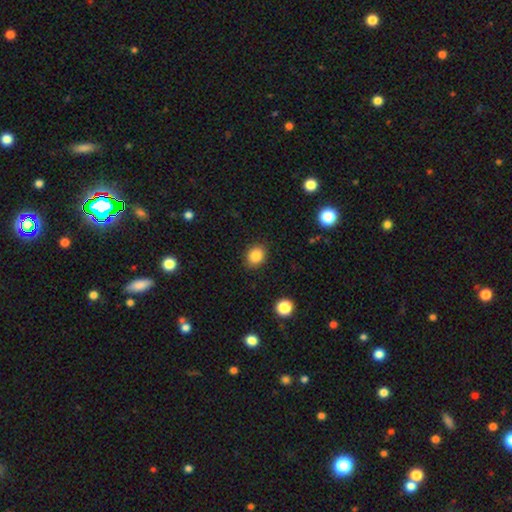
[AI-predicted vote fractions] The model was most divided on "how rounded": round: 61%, in between: 38%, cigar-shaped: 1%. More confident: merging — none (89%); smooth or featured — smooth (85%).